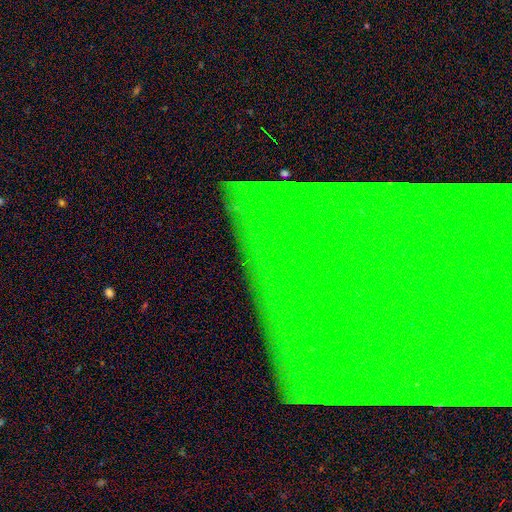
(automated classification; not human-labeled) A star or artifact, not a galaxy (81%).